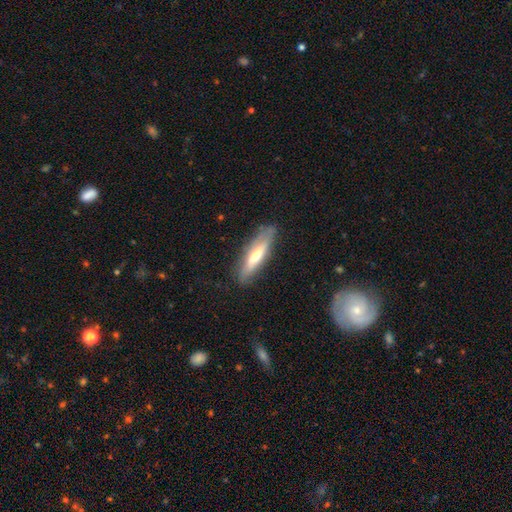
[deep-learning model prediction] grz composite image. It shows a smooth galaxy with no disk features (51%) that is cigar-shaped (71%). Merging: none (80%).